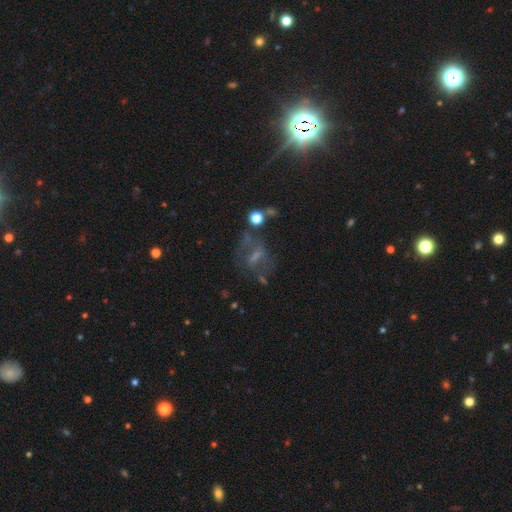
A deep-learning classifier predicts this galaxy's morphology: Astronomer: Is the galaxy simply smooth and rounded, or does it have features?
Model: featured or disk — 46% (runner-up: smooth, 31%).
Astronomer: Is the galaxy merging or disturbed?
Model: none — 48% (runner-up: major disturbance, 25%).